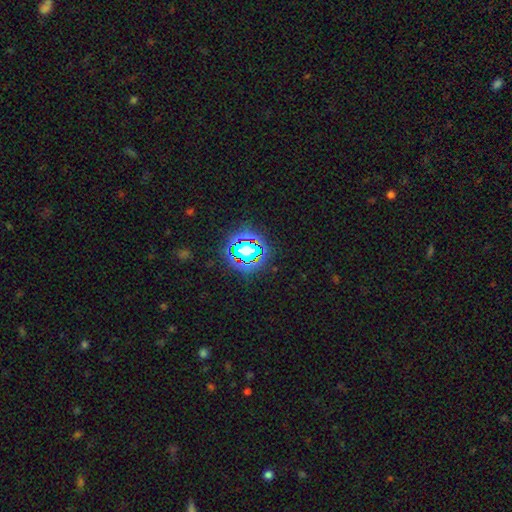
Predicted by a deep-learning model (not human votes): Q: Smooth or featured?
A: star or artifact (78%); runner-up: smooth (14%)